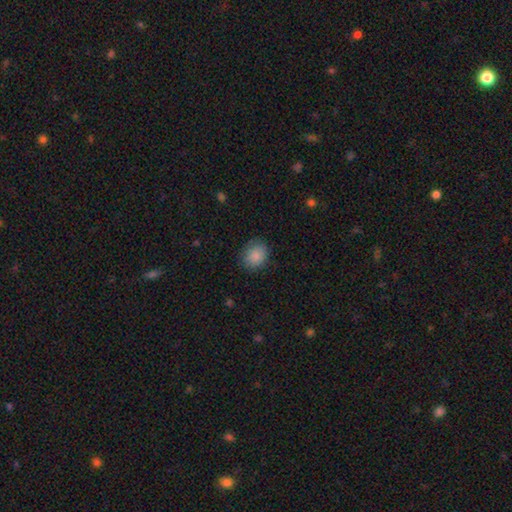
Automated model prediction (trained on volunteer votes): Overall: smooth (88%). How rounded: round (61%; in between 38%). Merging: none (83%).